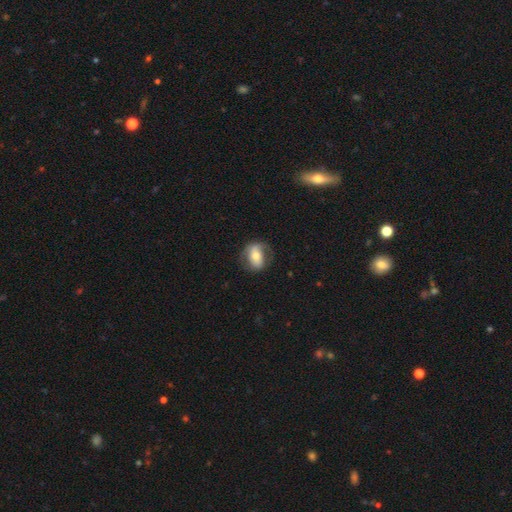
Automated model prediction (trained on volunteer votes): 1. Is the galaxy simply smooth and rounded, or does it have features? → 49% featured or disk, 44% smooth, 7% star or artifact.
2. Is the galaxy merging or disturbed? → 64% none, 21% minor disturbance, 14% major disturbance, 1% merger.